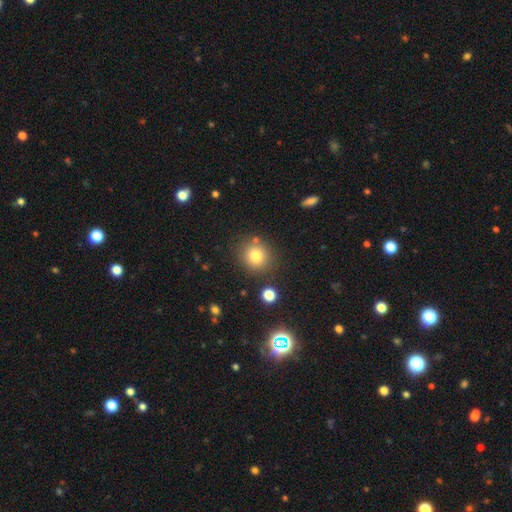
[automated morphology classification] smooth_or_featured: smooth (p=0.80) [alt: star or artifact p=0.12]
how_rounded: round (p=0.87) [alt: in between p=0.12]
merging: none (p=0.81) [alt: minor disturbance p=0.09]